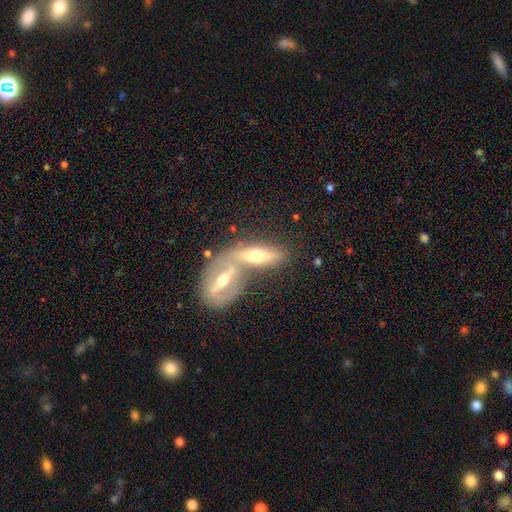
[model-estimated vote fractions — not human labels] Smooth or featured? Predicted: featured or disk (p=0.51). Edge-on disk? Predicted: yes (p=0.51). Merging? Predicted: merger (p=0.56).